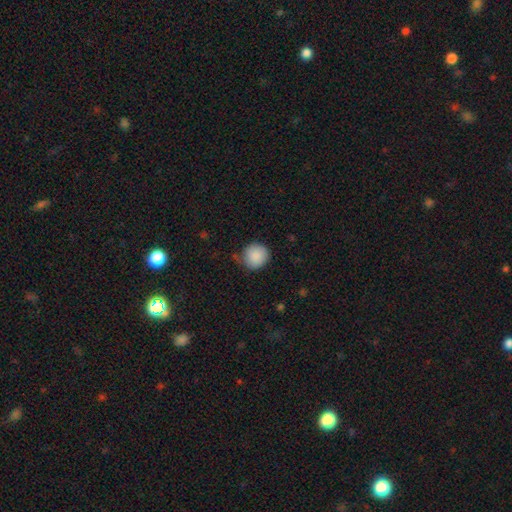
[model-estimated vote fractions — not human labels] The model was most divided on "merging": none: 72%, minor disturbance: 21%, major disturbance: 5%, merger: 2%. More confident: how rounded — round (92%); smooth or featured — smooth (89%).